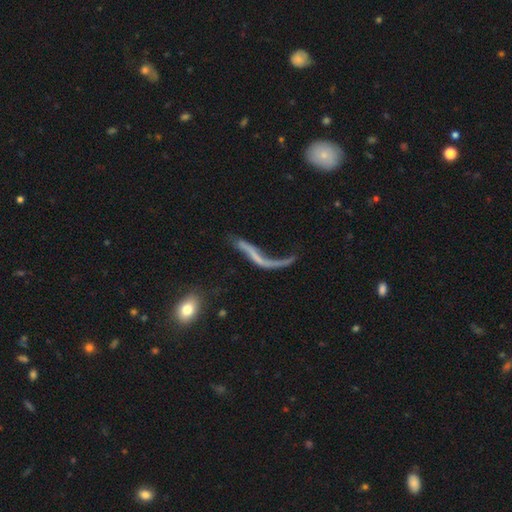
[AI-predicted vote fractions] Smooth or featured? featured or disk (69%)
Edge-on disk? no (80%)
Bar? no (53%)
Spiral arms? yes (64%)
Bulge size? none (59%)
Merging? major disturbance (42%)